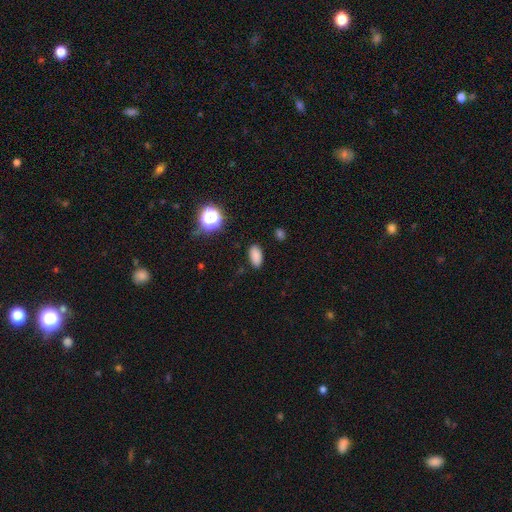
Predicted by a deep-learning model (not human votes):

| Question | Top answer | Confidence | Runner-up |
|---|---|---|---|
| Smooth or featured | smooth | 83% | star or artifact (13%) |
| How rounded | in between | 90% | round (5%) |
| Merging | none | 87% | minor disturbance (9%) |